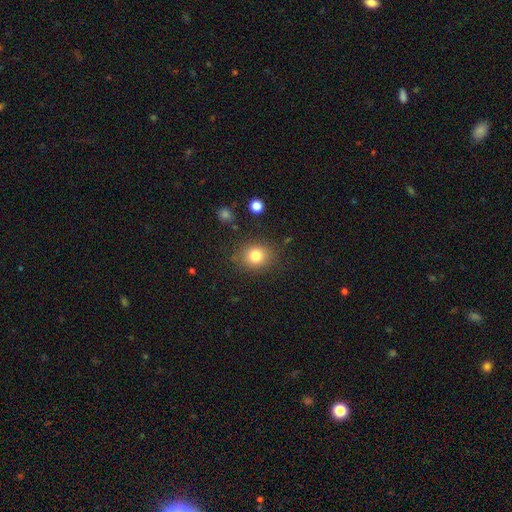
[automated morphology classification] This appears to be a smooth galaxy with no disk features (80%) that is round (67%). Merging: none (84%).